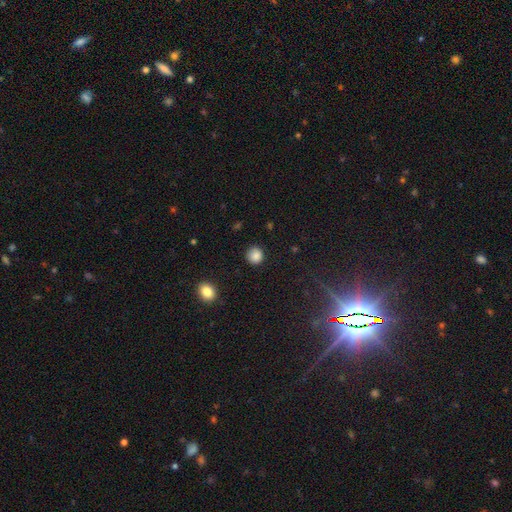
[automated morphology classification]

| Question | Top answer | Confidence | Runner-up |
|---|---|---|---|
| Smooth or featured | smooth | 86% | star or artifact (11%) |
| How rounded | round | 90% | in between (9%) |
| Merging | none | 88% | minor disturbance (9%) |